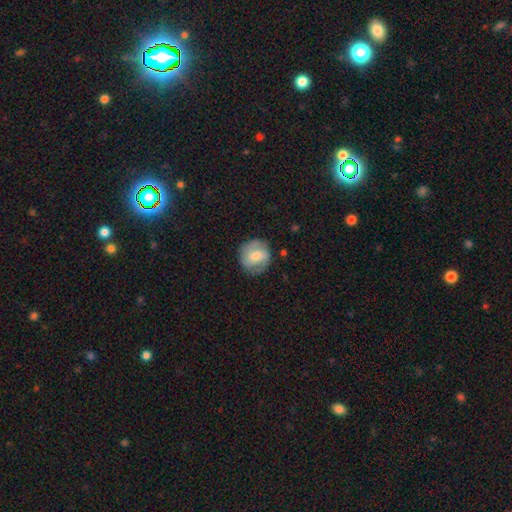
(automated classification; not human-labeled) Smooth or featured: smooth — 48% (featured or disk — 46%)
Merging: none — 80% (minor disturbance — 14%)